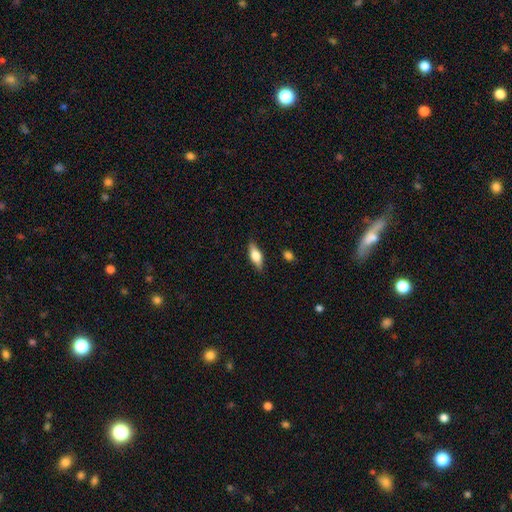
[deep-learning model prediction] Smooth or featured? smooth (60%)
How rounded? in between (71%)
Merging? none (85%)